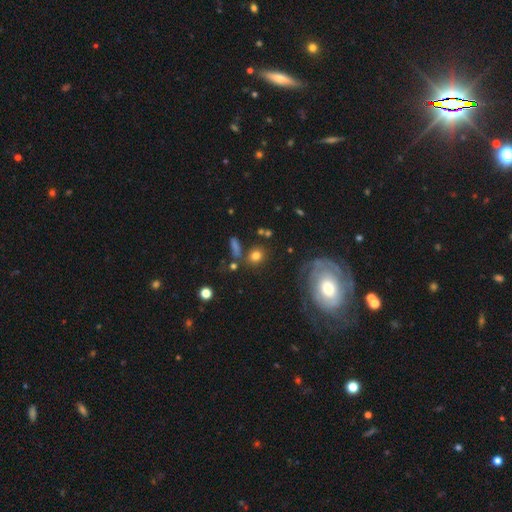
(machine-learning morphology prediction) Smooth or featured?
  - smooth: 76% *
  - star or artifact: 13%
  - featured or disk: 11%
How rounded?
  - round: 71% *
  - in between: 26%
  - cigar-shaped: 3%
Merging?
  - none: 76% *
  - minor disturbance: 11%
  - merger: 9%
  - major disturbance: 5%